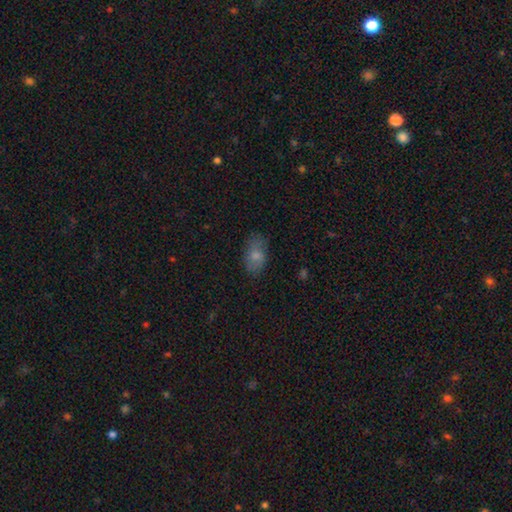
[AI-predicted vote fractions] smooth 74%, featured or disk 17%, star or artifact 9%. Down the decision tree: how rounded — in between (89%); merging — none (71%).